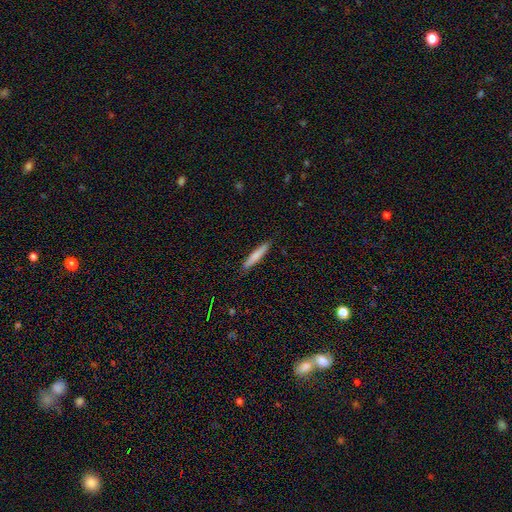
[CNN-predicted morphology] A smooth galaxy with no disk features (77%) that is cigar-shaped (93%). Merging: none (90%).